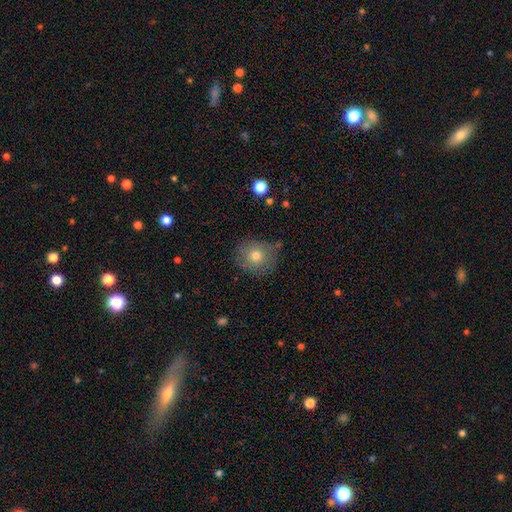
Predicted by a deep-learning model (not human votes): Smooth or featured? Predicted: smooth (p=0.75). How rounded? Predicted: round (p=0.86). Merging? Predicted: none (p=0.74).